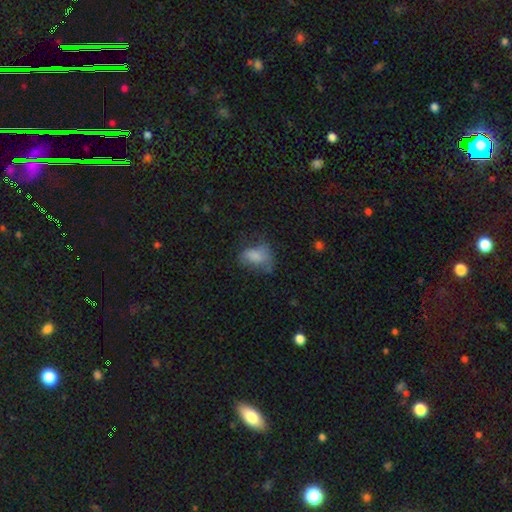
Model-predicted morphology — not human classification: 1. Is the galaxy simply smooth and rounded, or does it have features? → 70% smooth, 19% featured or disk, 11% star or artifact.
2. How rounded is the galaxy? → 84% in between, 15% round, 2% cigar-shaped.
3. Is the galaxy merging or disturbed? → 33% none, 31% major disturbance, 31% minor disturbance, 4% merger.